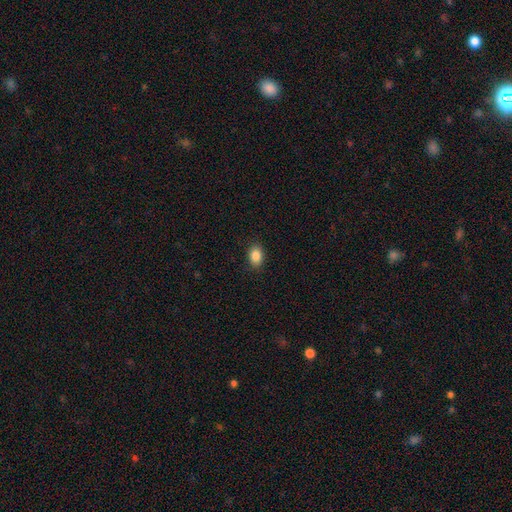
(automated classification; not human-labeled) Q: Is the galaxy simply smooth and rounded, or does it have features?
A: smooth — 87%.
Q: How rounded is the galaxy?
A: in between — 82%.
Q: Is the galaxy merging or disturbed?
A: none — 89%.